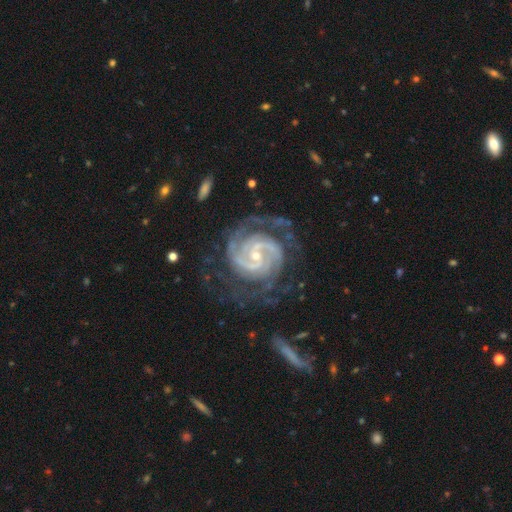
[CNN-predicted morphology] Smooth or featured?
  - featured or disk: 93% *
  - star or artifact: 4%
  - smooth: 2%
Edge-on disk?
  - no: 98% *
  - yes: 2%
Bar?
  - no: 45% *
  - weak: 38%
  - strong: 17%
Spiral arms?
  - yes: 99% *
  - no: 1%
Spiral winding?
  - tight: 66% *
  - medium: 30%
  - loose: 4%
Spiral arm count?
  - 2: 55% *
  - 3: 18%
  - can't tell: 9%
  - 4: 9%
  - more than 4: 5%
  - 1: 5%
Bulge size?
  - small: 72% *
  - moderate: 25%
  - none: 1%
  - large: 1%
  - dominant: 1%
Merging?
  - none: 68% *
  - minor disturbance: 18%
  - major disturbance: 12%
  - merger: 2%